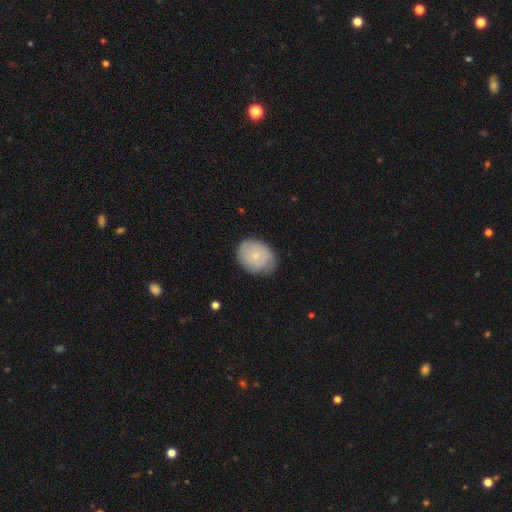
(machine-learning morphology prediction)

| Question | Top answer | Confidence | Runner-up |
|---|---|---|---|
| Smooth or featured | smooth | 59% | featured or disk (35%) |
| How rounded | in between | 50% | round (49%) |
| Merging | none | 69% | minor disturbance (24%) |